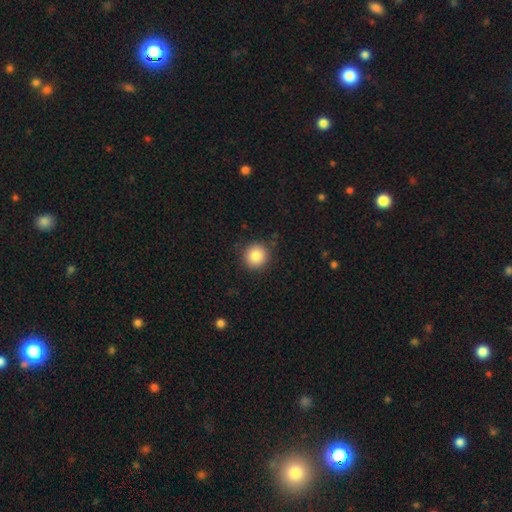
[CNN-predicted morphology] smooth_or_featured: smooth (p=0.86) [alt: star or artifact p=0.09]
how_rounded: round (p=0.93) [alt: in between p=0.06]
merging: none (p=0.88) [alt: minor disturbance p=0.09]